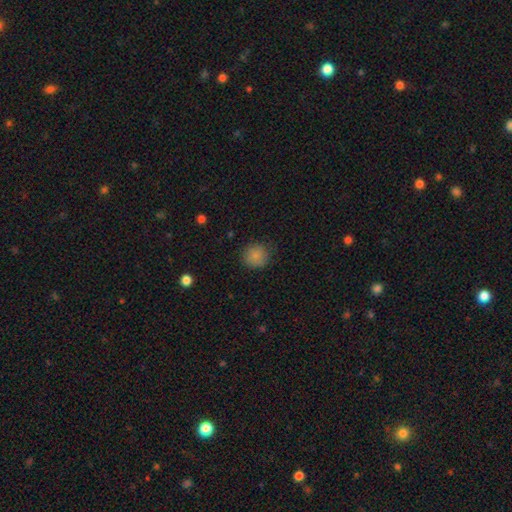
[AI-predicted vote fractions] Smooth or featured: smooth — 84% (star or artifact — 10%)
How rounded: round — 89% (in between — 10%)
Merging: none — 82% (minor disturbance — 14%)